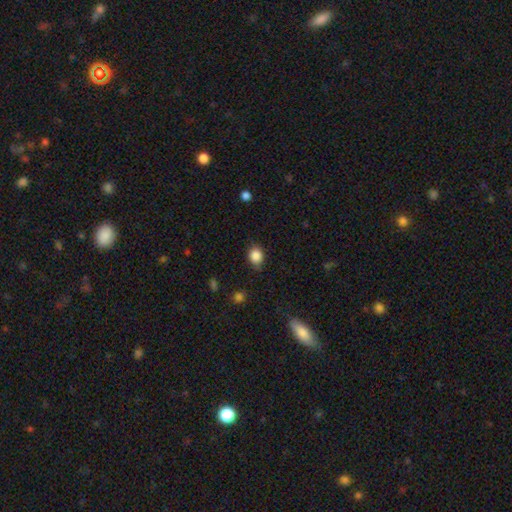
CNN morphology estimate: Smooth or featured? Predicted: smooth (p=0.86). How rounded? Predicted: round (p=0.52). Merging? Predicted: none (p=0.79).